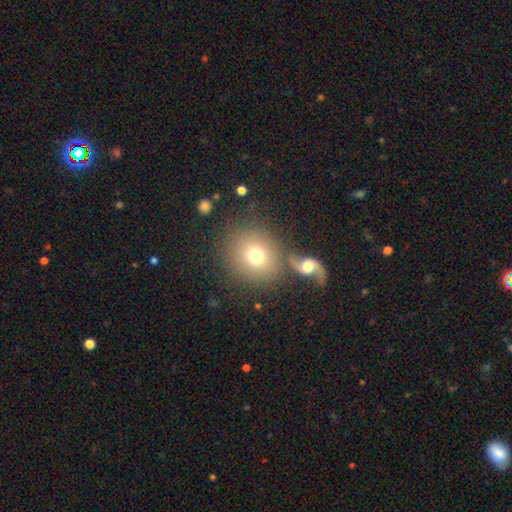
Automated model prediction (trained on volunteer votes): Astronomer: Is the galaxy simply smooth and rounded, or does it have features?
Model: smooth — 72%.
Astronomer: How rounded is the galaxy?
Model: round — 80%.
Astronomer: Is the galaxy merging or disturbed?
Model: none — 68%.